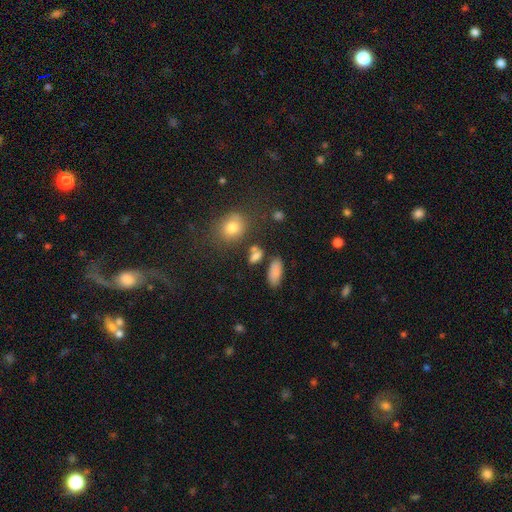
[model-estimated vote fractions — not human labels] Q: Smooth or featured?
A: smooth (78%); runner-up: star or artifact (14%)
Q: How rounded?
A: in between (65%); runner-up: round (27%)
Q: Merging?
A: none (70%); runner-up: minor disturbance (13%)